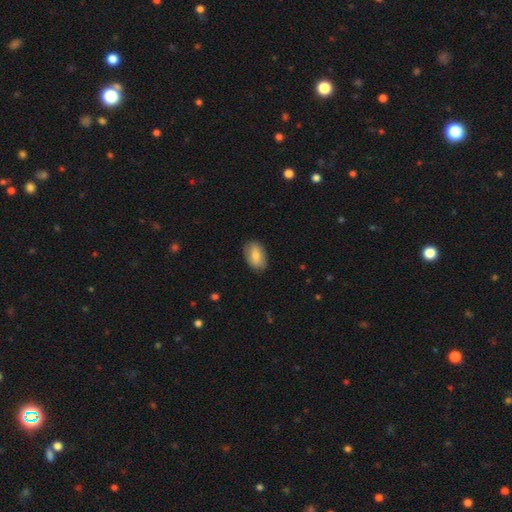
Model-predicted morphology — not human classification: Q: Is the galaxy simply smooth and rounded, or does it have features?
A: smooth — 79%.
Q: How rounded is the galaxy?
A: in between — 90%.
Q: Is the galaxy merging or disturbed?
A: none — 83%.